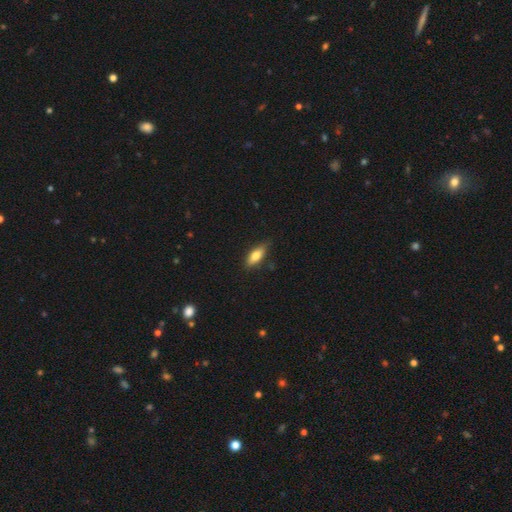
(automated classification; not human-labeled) Q: Smooth or featured?
A: smooth (75%); runner-up: featured or disk (19%)
Q: How rounded?
A: in between (68%); runner-up: cigar-shaped (30%)
Q: Merging?
A: none (79%); runner-up: minor disturbance (16%)